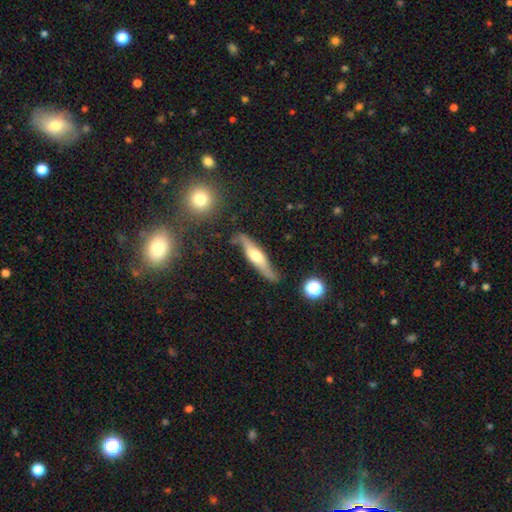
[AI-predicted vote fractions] featured or disk 61%, smooth 33%, star or artifact 6%. Down the decision tree: edge-on disk — yes (85%); edge-on bulge — rounded (85%); merging — none (76%).